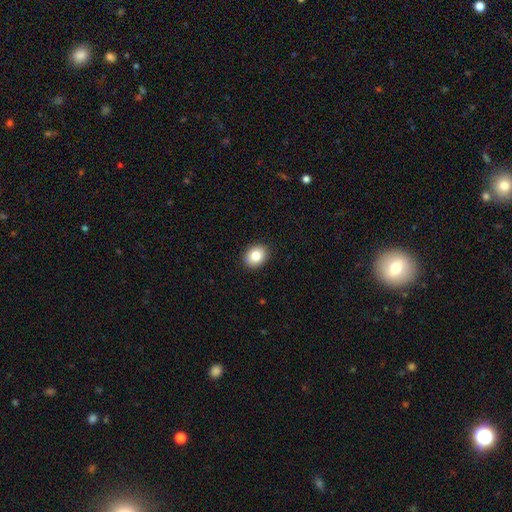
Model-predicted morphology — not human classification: This appears to be a smooth galaxy with no disk features (83%) that is round (52%). Merging: none (91%).